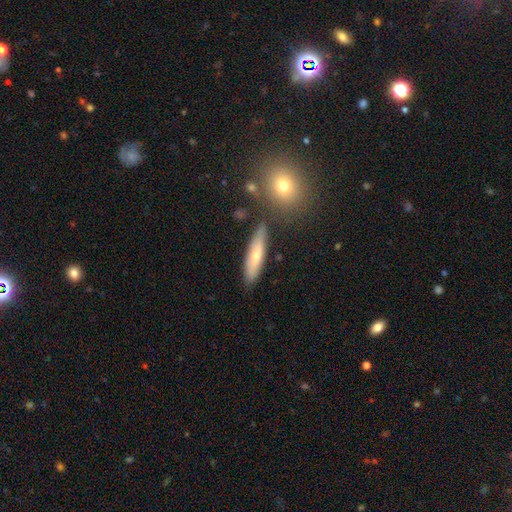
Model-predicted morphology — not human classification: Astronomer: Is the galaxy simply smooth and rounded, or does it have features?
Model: smooth — 61%.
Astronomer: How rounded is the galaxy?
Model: cigar-shaped — 72%.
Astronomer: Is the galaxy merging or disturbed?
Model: none — 78%.